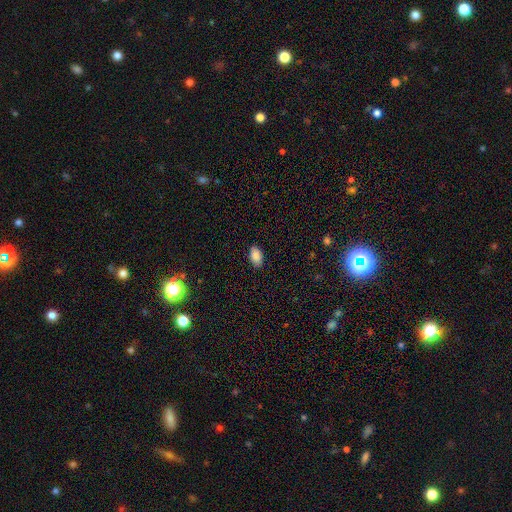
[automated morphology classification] This is clearly a smooth galaxy (87%). How rounded: clearly in between (92%). Merging: clearly none (87%).